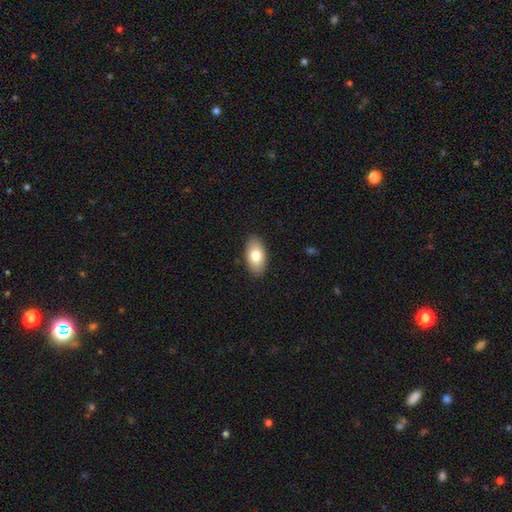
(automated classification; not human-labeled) Morphology: type=smooth (78%); roundness=in between (94%); merging=none (89%).